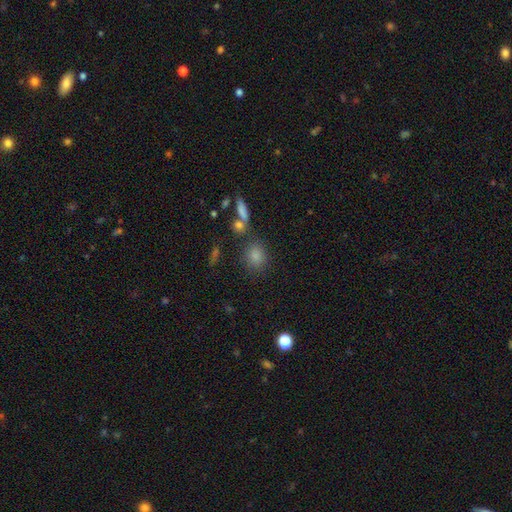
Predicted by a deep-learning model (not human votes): Smooth or featured? Predicted: smooth (p=0.82). How rounded? Predicted: round (p=0.59). Merging? Predicted: none (p=0.73).